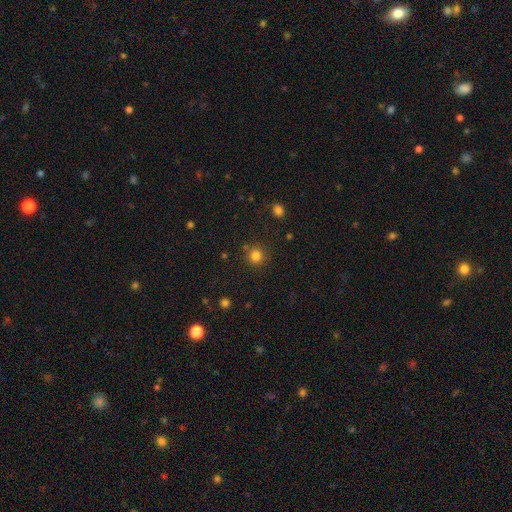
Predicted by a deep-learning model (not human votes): Smooth or featured? smooth (81%)
How rounded? round (93%)
Merging? none (84%)